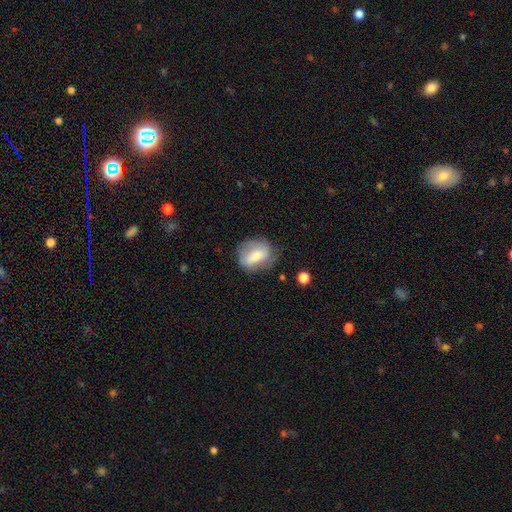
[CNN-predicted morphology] smooth-or-featured: smooth: 56% | featured or disk: 36% | star or artifact: 8%
  how-rounded: in between: 51% | round: 47% | cigar-shaped: 2%
  merging: none: 63% | minor disturbance: 25% | major disturbance: 10% | merger: 2%